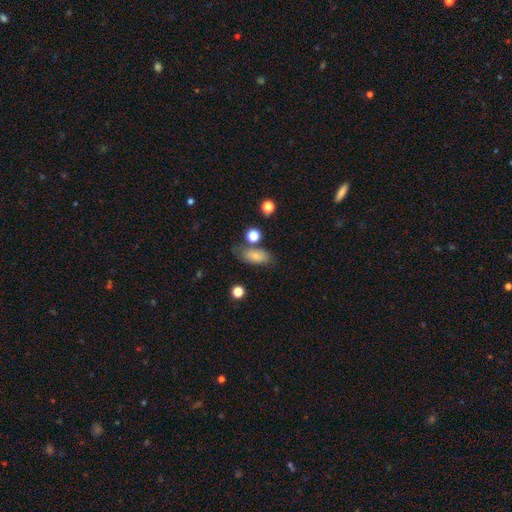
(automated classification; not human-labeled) Smooth or featured? smooth (75%)
How rounded? in between (86%)
Merging? none (61%)